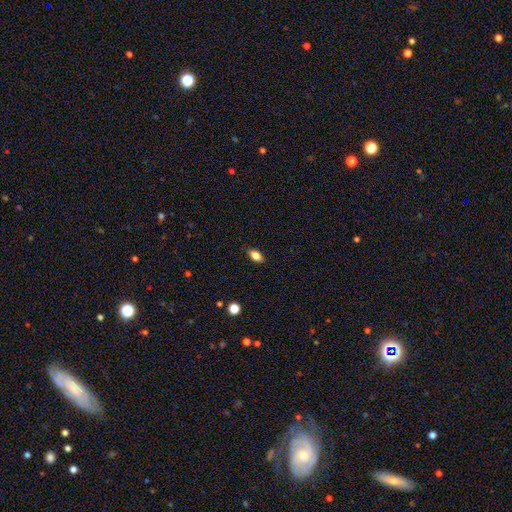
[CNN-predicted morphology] Smooth or featured? Predicted: smooth (p=0.81). How rounded? Predicted: in between (p=0.86). Merging? Predicted: none (p=0.85).